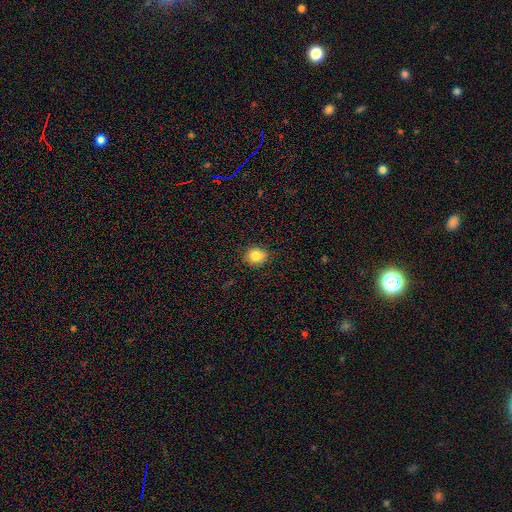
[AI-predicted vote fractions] Smooth or featured: smooth — 83% (star or artifact — 11%)
How rounded: round — 77% (in between — 22%)
Merging: none — 86% (minor disturbance — 11%)